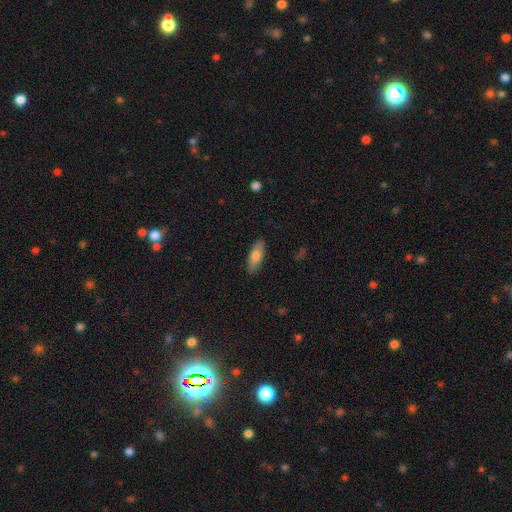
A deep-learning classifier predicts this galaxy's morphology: smooth 77%, featured or disk 17%, star or artifact 6%. Down the decision tree: how rounded — in between (66%); merging — none (87%).